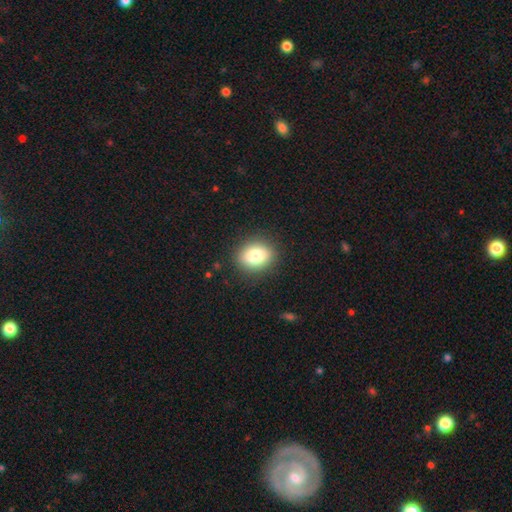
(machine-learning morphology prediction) A smooth galaxy with no disk features (81%) that is round (51%). Merging: none (88%).